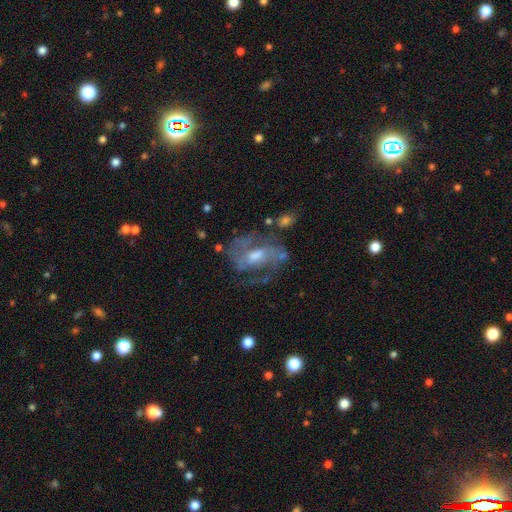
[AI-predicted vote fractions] This is clearly a featured or disk galaxy (83%). It is clearly not viewed edge-on (97%). Bar: possibly weak (51%). Spiral arm pattern: clearly yes (90%). Spiral arm count: likely 2 (70%). Spiral winding: possibly medium (53%). Central bulge: possibly moderate (56%). Merging: possibly none (60%).